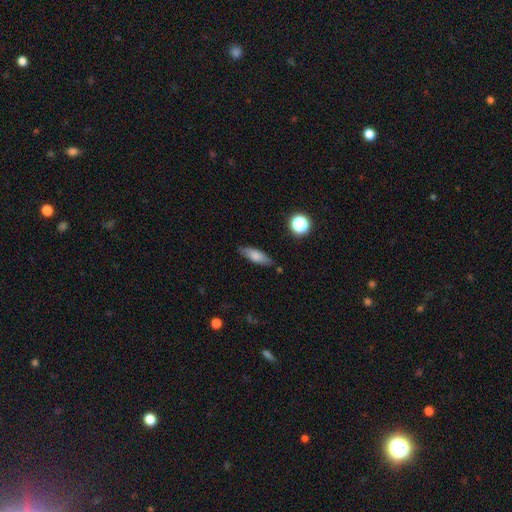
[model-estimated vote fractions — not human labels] A smooth galaxy with no disk features (71%) that is in between round and cigar-shaped (49%).

Vote fractions:
- Smooth or featured? smooth: 71% / featured or disk: 21% / star or artifact: 8%
- How rounded? in between: 49% / cigar-shaped: 48% / round: 3%
- Merging? none: 82% / minor disturbance: 13% / major disturbance: 3% / merger: 2%